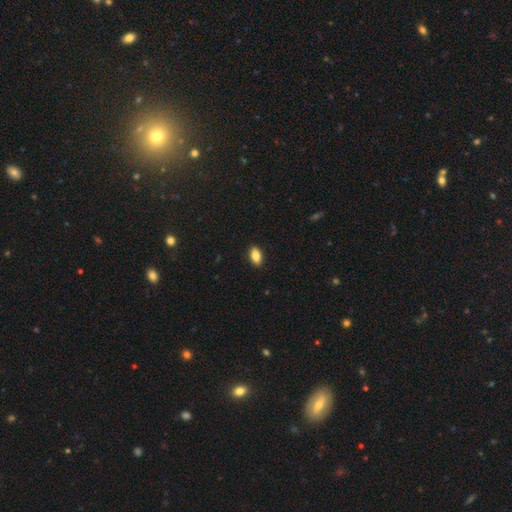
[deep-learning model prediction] A smooth galaxy with no disk features (83%) that is in between round and cigar-shaped (89%).

Vote fractions:
- Smooth or featured? smooth: 83% / featured or disk: 9% / star or artifact: 8%
- How rounded? in between: 89% / round: 5% / cigar-shaped: 5%
- Merging? none: 89% / minor disturbance: 8% / major disturbance: 2% / merger: 1%